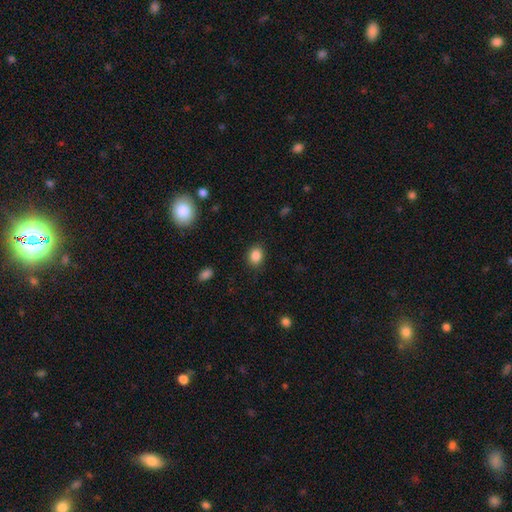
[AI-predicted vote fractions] Smooth or featured: smooth — 87% (star or artifact — 10%)
How rounded: round — 52% (in between — 47%)
Merging: none — 86% (minor disturbance — 10%)